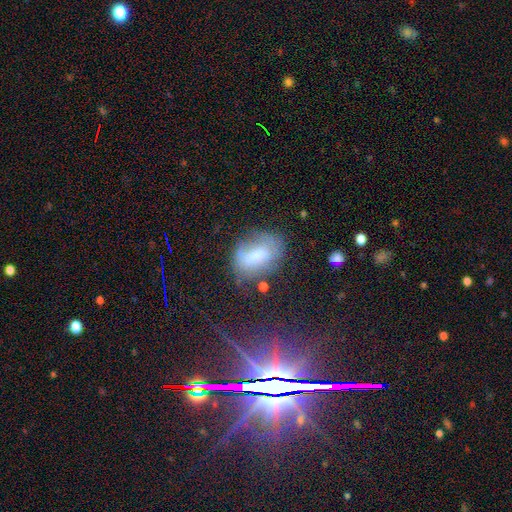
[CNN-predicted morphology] A smooth galaxy with no disk features (56%) that is in between round and cigar-shaped (85%).

Vote fractions:
- Smooth or featured? smooth: 56% / featured or disk: 30% / star or artifact: 14%
- How rounded? in between: 85% / round: 12% / cigar-shaped: 3%
- Merging? none: 60% / minor disturbance: 25% / major disturbance: 11% / merger: 5%